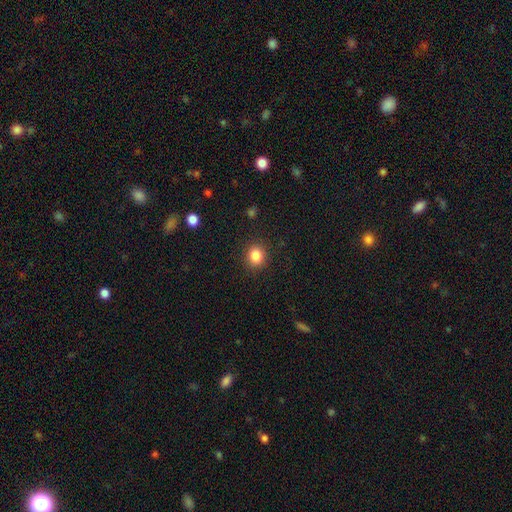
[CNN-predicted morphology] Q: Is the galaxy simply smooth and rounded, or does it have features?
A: smooth — 85%.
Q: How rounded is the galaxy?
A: round — 79%.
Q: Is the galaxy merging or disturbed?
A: none — 90%.